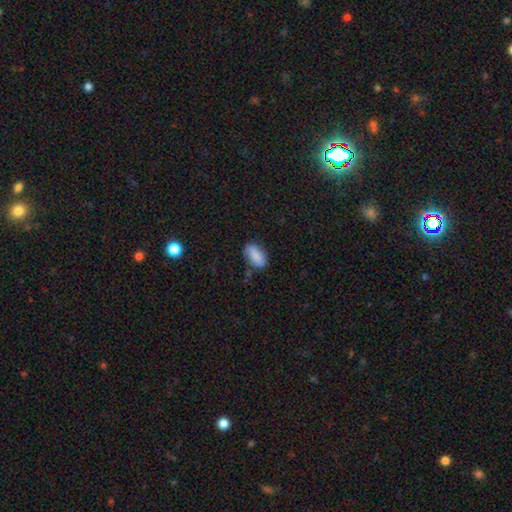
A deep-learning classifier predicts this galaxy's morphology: Smooth or featured: smooth — 83% (featured or disk — 10%)
How rounded: in between — 90% (cigar-shaped — 6%)
Merging: none — 72% (minor disturbance — 21%)